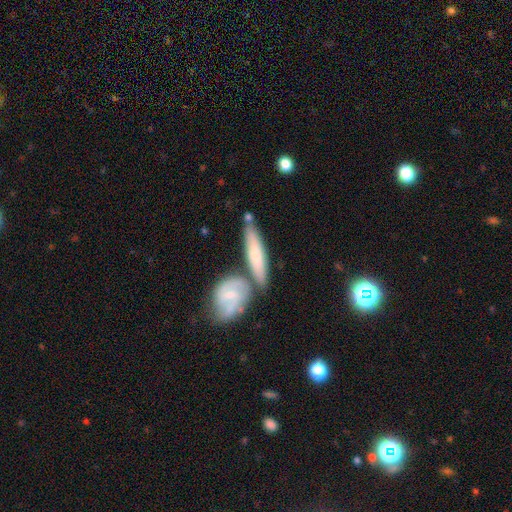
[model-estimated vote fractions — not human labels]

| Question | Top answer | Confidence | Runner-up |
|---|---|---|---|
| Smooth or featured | smooth | 56% | featured or disk (38%) |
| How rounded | cigar-shaped | 70% | in between (27%) |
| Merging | none | 55% | merger (26%) |